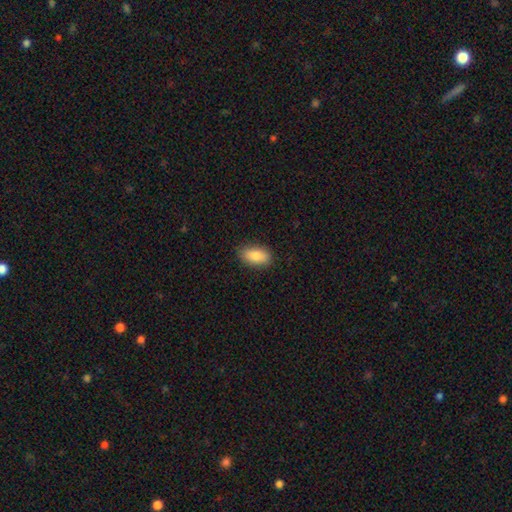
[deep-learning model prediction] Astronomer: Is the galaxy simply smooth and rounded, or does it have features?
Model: smooth — 85%.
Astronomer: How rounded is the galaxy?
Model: in between — 90%.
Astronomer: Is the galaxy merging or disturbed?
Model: none — 86%.